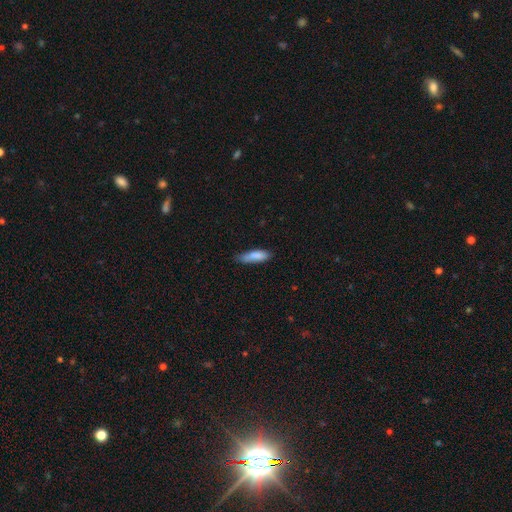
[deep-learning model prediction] Q: Smooth or featured?
A: smooth (84%); runner-up: featured or disk (10%)
Q: How rounded?
A: cigar-shaped (54%); runner-up: in between (44%)
Q: Merging?
A: none (59%); runner-up: minor disturbance (32%)